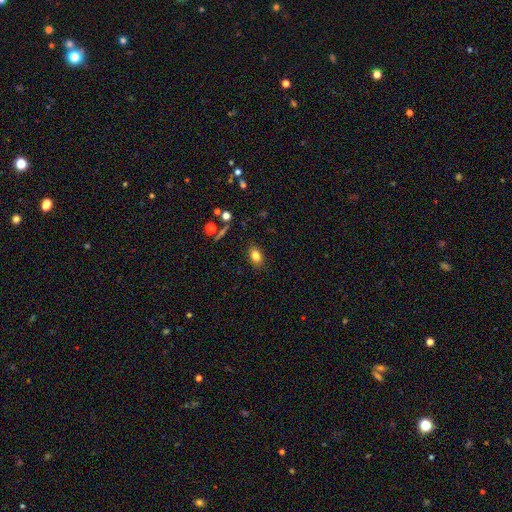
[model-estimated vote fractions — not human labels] This appears to be a smooth galaxy with no disk features (81%) that is in between round and cigar-shaped (78%). Merging: none (86%).